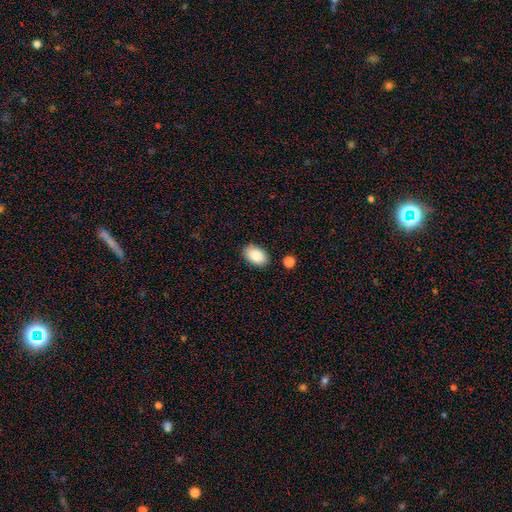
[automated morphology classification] Overall: smooth (86%). How rounded: in between (91%). Merging: none (86%).